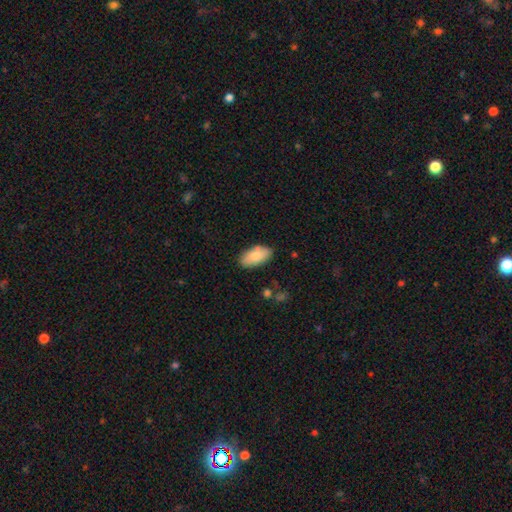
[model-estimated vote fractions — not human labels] Smooth or featured: smooth — 81% (featured or disk — 13%)
How rounded: in between — 93% (cigar-shaped — 4%)
Merging: none — 80% (minor disturbance — 15%)